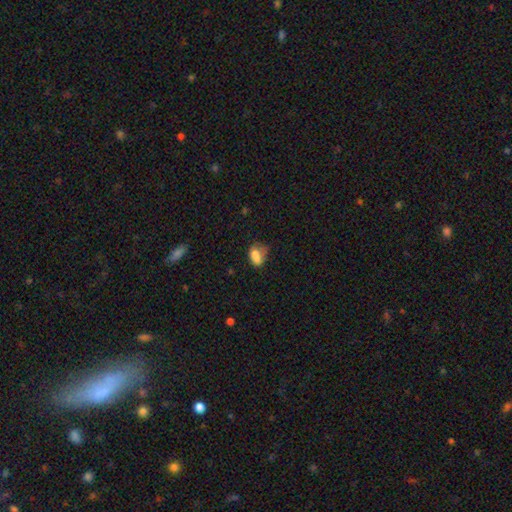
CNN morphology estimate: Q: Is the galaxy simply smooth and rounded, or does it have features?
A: smooth — 73%.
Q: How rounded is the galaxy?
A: in between — 75%.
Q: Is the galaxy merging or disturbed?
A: none — 32%.